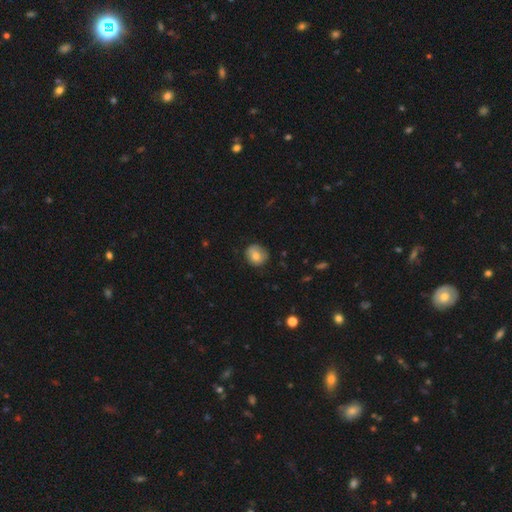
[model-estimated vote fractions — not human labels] Q: Smooth or featured?
A: smooth (74%); runner-up: featured or disk (17%)
Q: How rounded?
A: round (75%); runner-up: in between (24%)
Q: Merging?
A: none (74%); runner-up: minor disturbance (20%)